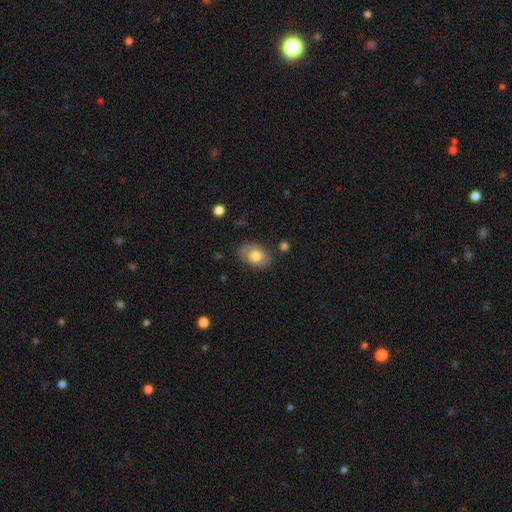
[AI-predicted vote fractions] Q: Smooth or featured?
A: smooth (74%); runner-up: featured or disk (19%)
Q: How rounded?
A: in between (84%); runner-up: round (15%)
Q: Merging?
A: none (80%); runner-up: minor disturbance (15%)